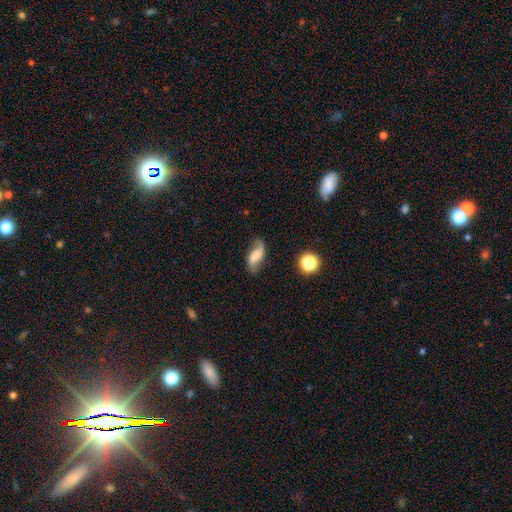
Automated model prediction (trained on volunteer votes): The model was most divided on "bar": weak: 41%, no: 34%, strong: 26%. Remaining: edge-on disk — no (93%); spiral arms — yes (91%); spiral arm count — 2 (88%); spiral winding — loose (77%); merging — none (70%); smooth or featured — featured or disk (59%); bulge size — none (37%).